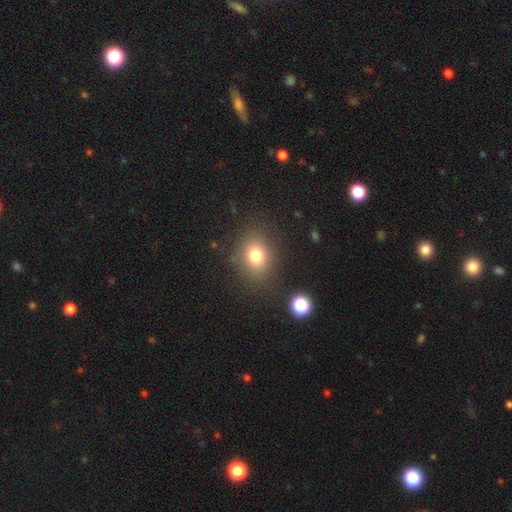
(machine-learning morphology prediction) This is likely a smooth galaxy (77%). How rounded: possibly round (57%). Merging: clearly none (83%).